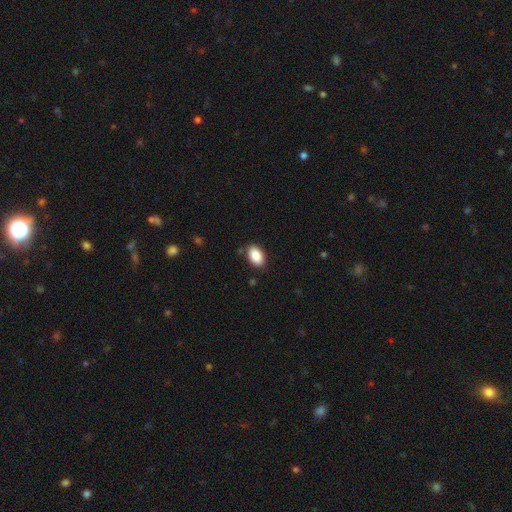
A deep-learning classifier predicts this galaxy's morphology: This is clearly a smooth galaxy (89%). How rounded: clearly in between (92%). Merging: clearly none (85%).